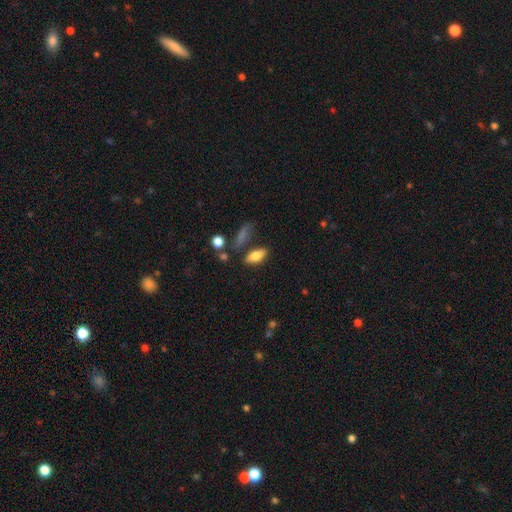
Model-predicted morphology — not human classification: Smooth or featured? Predicted: smooth (p=0.79). How rounded? Predicted: in between (p=0.81). Merging? Predicted: none (p=0.74).